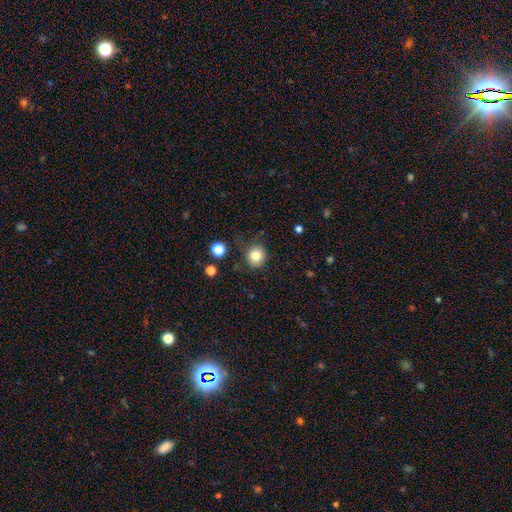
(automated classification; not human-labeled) Q: Smooth or featured?
A: smooth (81%); runner-up: star or artifact (12%)
Q: How rounded?
A: round (86%); runner-up: in between (13%)
Q: Merging?
A: none (77%); runner-up: minor disturbance (16%)